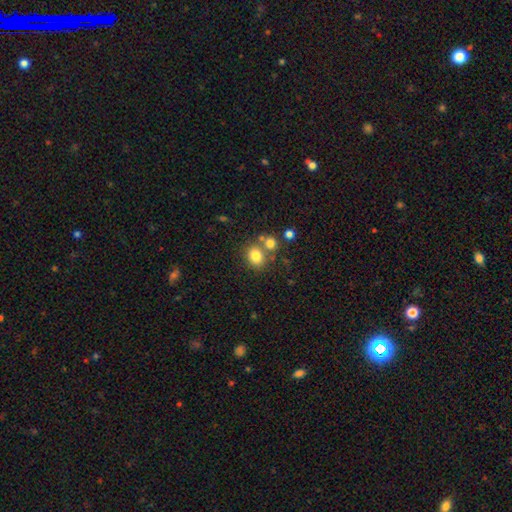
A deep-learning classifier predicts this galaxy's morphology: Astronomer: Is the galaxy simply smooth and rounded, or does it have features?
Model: smooth — 79%.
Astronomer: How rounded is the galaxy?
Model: round — 60% (runner-up: in between, 39%).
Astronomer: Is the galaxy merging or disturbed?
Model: none — 61%.